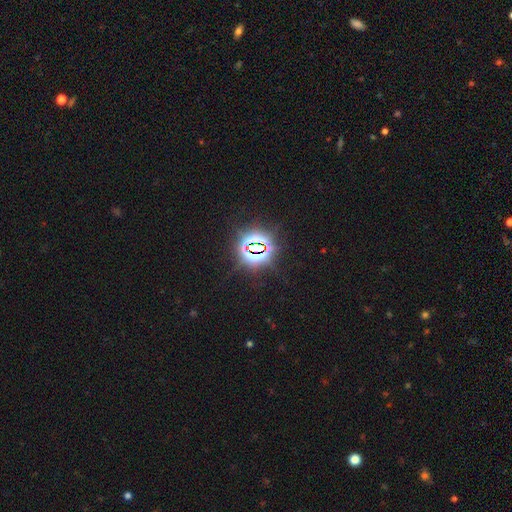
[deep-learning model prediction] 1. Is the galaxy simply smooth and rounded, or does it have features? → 81% star or artifact, 11% smooth, 8% featured or disk.